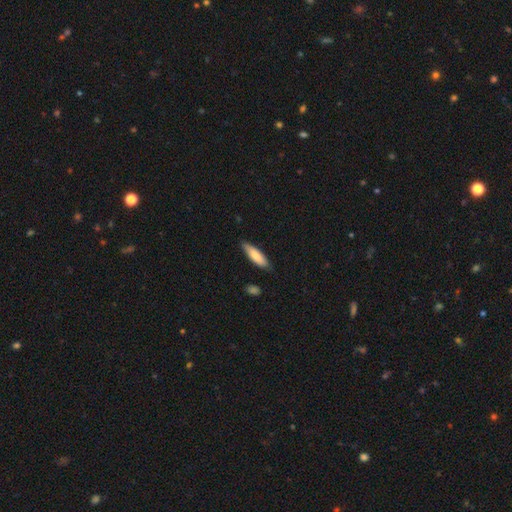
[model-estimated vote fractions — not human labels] Smooth or featured? Predicted: smooth (p=0.80). How rounded? Predicted: cigar-shaped (p=0.60). Merging? Predicted: none (p=0.80).